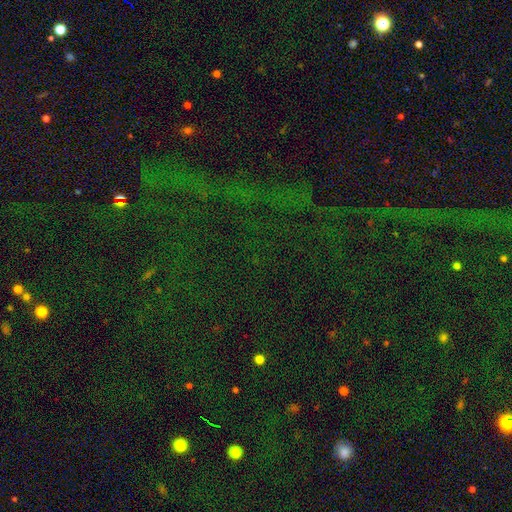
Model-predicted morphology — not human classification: smooth-or-featured: star or artifact: 81% | smooth: 11% | featured or disk: 8%